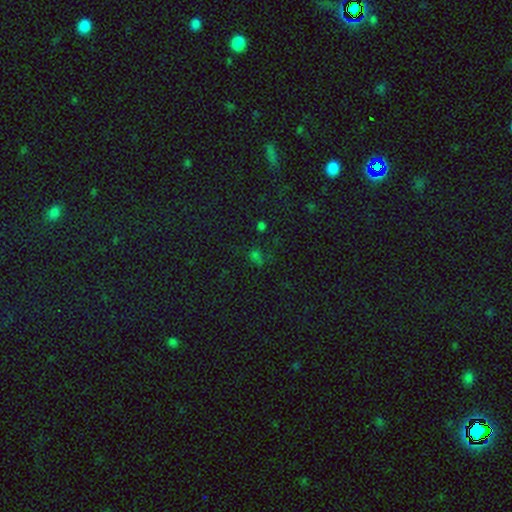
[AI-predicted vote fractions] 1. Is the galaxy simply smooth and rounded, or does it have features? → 48% star or artifact, 45% smooth, 8% featured or disk.